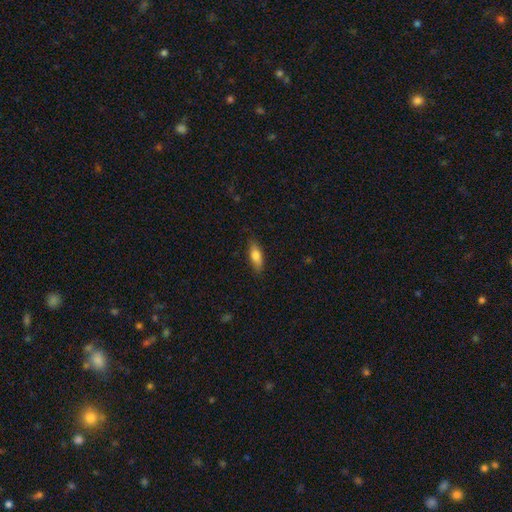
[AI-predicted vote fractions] Smooth or featured? Predicted: smooth (p=0.78). How rounded? Predicted: in between (p=0.69). Merging? Predicted: none (p=0.83).